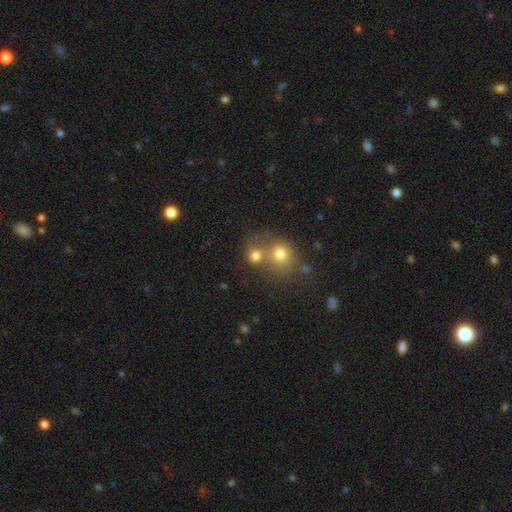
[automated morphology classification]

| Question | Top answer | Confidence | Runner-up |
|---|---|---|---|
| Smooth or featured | smooth | 75% | star or artifact (14%) |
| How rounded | round | 76% | in between (23%) |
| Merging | merger | 52% | none (36%) |